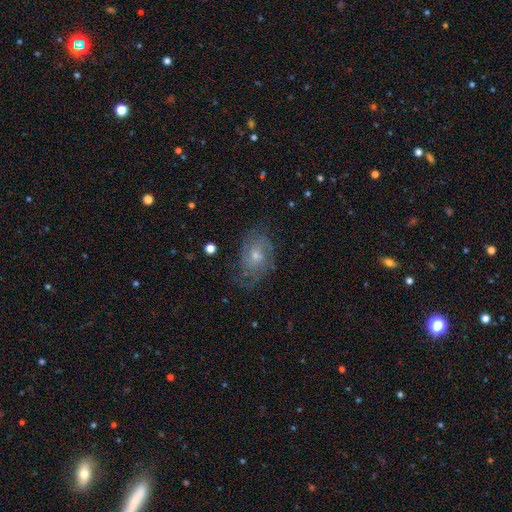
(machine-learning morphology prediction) Q: Smooth or featured?
A: featured or disk (72%); runner-up: smooth (18%)
Q: Edge-on disk?
A: no (96%); runner-up: yes (4%)
Q: Bar?
A: no (75%); runner-up: weak (21%)
Q: Spiral arms?
A: yes (90%); runner-up: no (10%)
Q: Spiral winding?
A: tight (52%); runner-up: medium (35%)
Q: Spiral arm count?
A: can't tell (40%); runner-up: 2 (29%)
Q: Bulge size?
A: moderate (49%); runner-up: small (45%)
Q: Merging?
A: none (70%); runner-up: minor disturbance (19%)